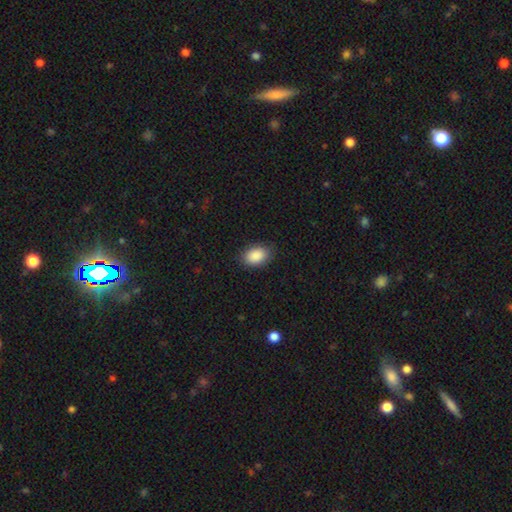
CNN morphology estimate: Overall: smooth (90%). How rounded: in between (86%). Merging: none (86%).